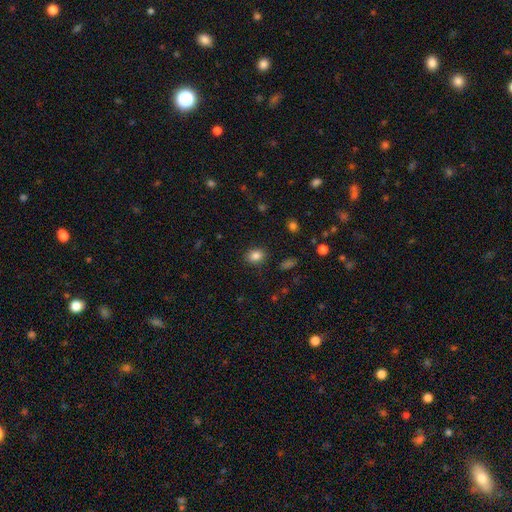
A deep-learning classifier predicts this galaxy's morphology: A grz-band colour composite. It shows a smooth galaxy with no disk features (84%) that is round (50%). Merging: none (86%).